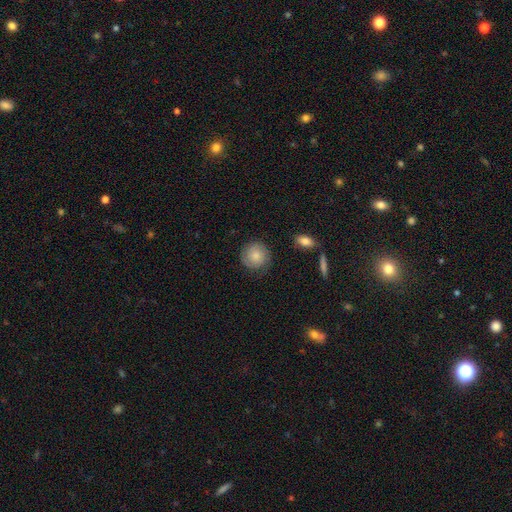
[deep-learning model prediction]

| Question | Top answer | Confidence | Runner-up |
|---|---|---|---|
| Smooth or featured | smooth | 73% | featured or disk (20%) |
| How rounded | round | 91% | in between (8%) |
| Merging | none | 79% | minor disturbance (15%) |